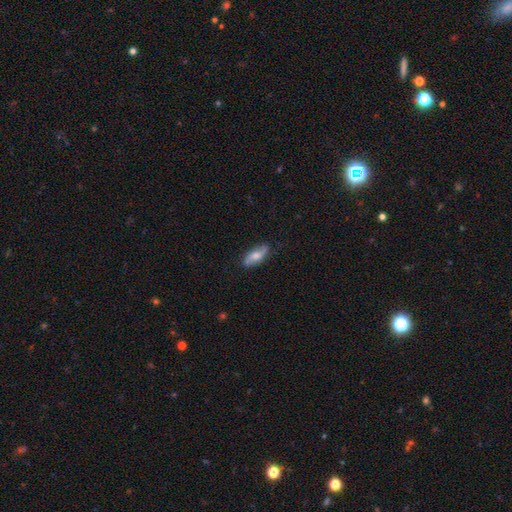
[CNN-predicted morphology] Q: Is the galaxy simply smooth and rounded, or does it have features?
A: smooth — 53%.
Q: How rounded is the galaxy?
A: in between — 73%.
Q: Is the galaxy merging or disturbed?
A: none — 80%.